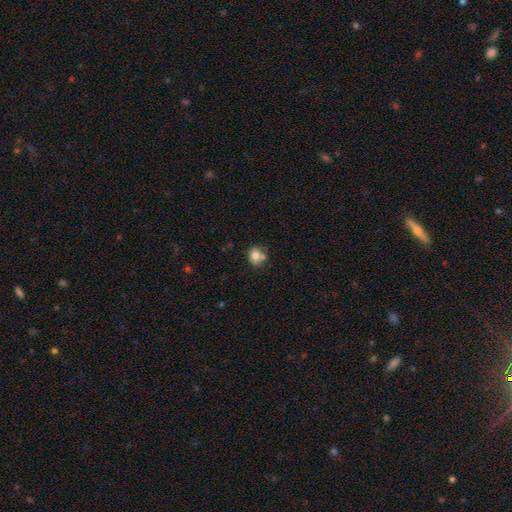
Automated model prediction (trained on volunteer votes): The model was most divided on "merging": none: 58%, merger: 21%, minor disturbance: 17%, major disturbance: 5%. More confident: smooth or featured — smooth (78%); how rounded — round (70%).